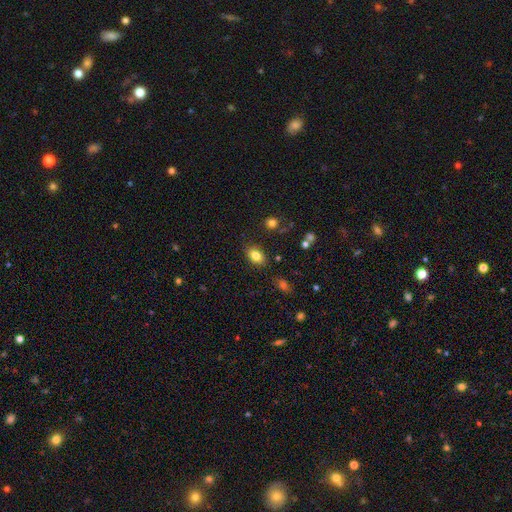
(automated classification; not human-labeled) The model was most divided on "how rounded": in between: 83%, round: 16%, cigar-shaped: 2%. More confident: merging — none (84%); smooth or featured — smooth (81%).